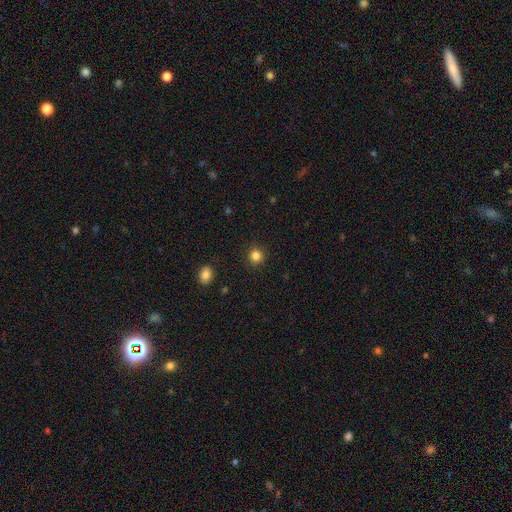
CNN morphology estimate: This appears to be a smooth galaxy with no disk features (84%) that is round (92%). Merging: none (91%).